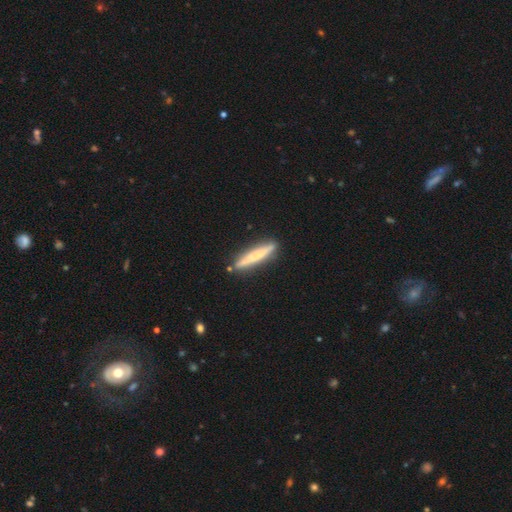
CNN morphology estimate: type=smooth (56%); roundness=cigar-shaped (94%); merging=none (86%).